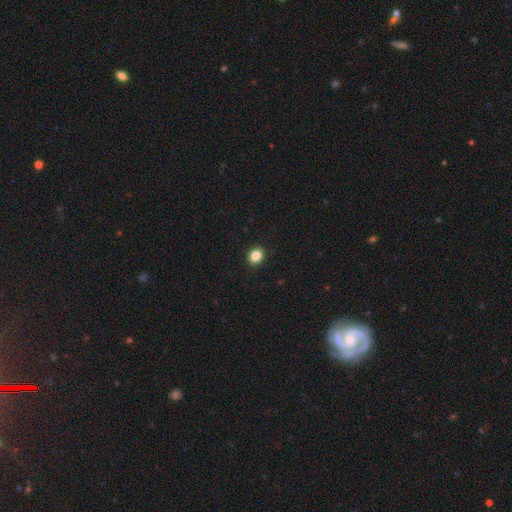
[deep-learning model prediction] smooth_or_featured: smooth (p=0.85) [alt: star or artifact p=0.10]
how_rounded: round (p=0.62) [alt: in between p=0.37]
merging: none (p=0.92) [alt: minor disturbance p=0.06]